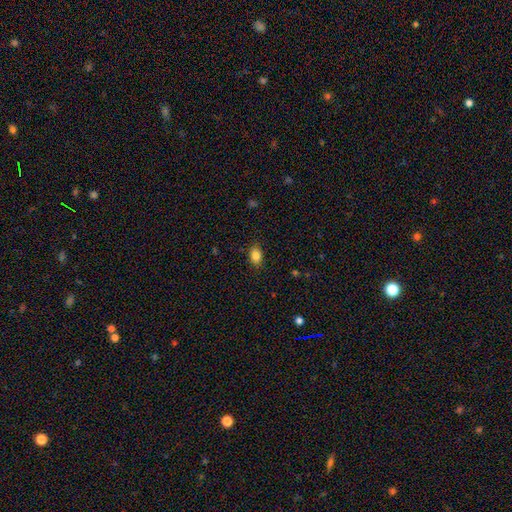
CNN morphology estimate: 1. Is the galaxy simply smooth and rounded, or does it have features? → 85% smooth, 9% star or artifact, 6% featured or disk.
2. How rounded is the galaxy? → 79% in between, 20% round, 1% cigar-shaped.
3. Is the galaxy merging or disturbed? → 87% none, 10% minor disturbance, 2% major disturbance, 1% merger.